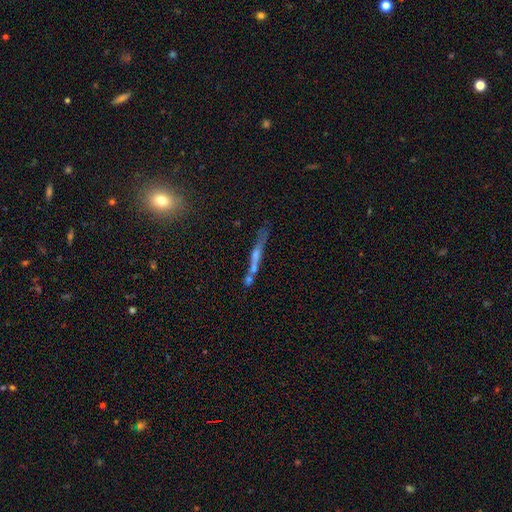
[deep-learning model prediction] This is possibly a featured or disk galaxy (56%). It is clearly viewed edge-on (87%). Merging: likely none (62%).